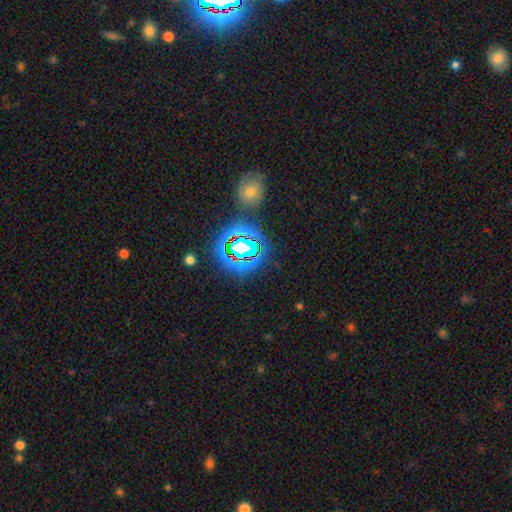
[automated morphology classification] Overall: star or artifact (76%).